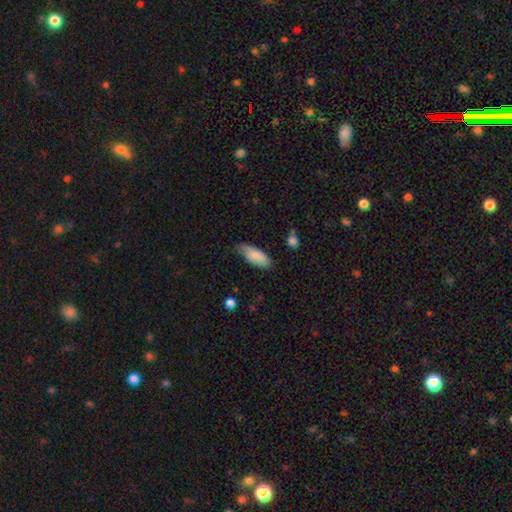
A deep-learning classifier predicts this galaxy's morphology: A smooth galaxy with no disk features (83%) that is in between round and cigar-shaped (82%).

Vote fractions:
- Smooth or featured? smooth: 83% / featured or disk: 11% / star or artifact: 6%
- How rounded? in between: 82% / cigar-shaped: 16% / round: 2%
- Merging? none: 64% / minor disturbance: 30% / major disturbance: 5% / merger: 2%